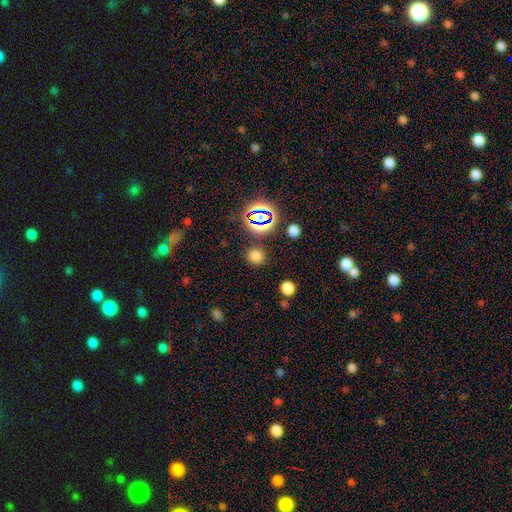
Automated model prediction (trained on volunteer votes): Overall: smooth (71%). How rounded: round (87%). Merging: none (86%).